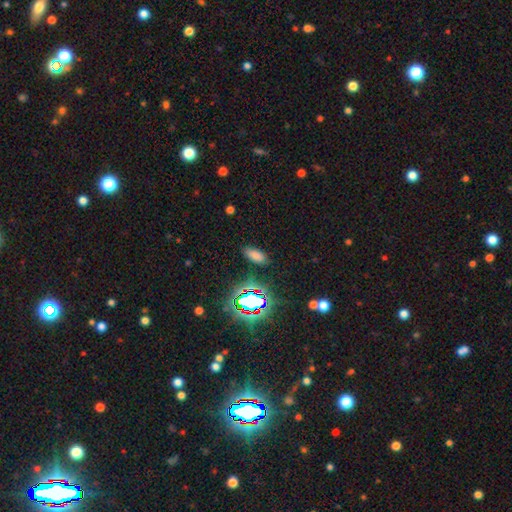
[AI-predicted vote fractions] The model was most divided on "smooth or featured": smooth: 70%, star or artifact: 23%, featured or disk: 7%. More confident: merging — none (86%); how rounded — in between (84%).